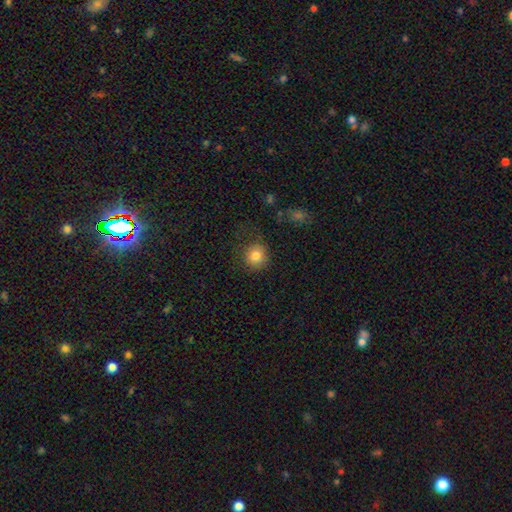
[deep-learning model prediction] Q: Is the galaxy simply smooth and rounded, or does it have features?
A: smooth — 82%.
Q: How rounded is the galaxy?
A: round — 90%.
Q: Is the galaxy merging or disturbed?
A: none — 83%.